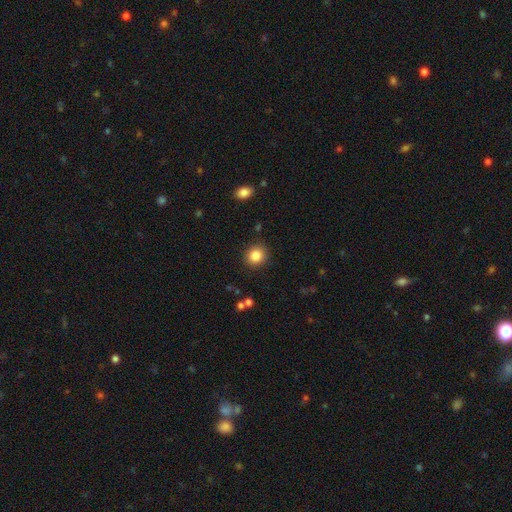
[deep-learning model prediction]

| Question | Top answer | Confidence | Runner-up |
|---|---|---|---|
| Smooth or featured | smooth | 85% | star or artifact (10%) |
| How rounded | round | 82% | in between (17%) |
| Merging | none | 88% | minor disturbance (7%) |